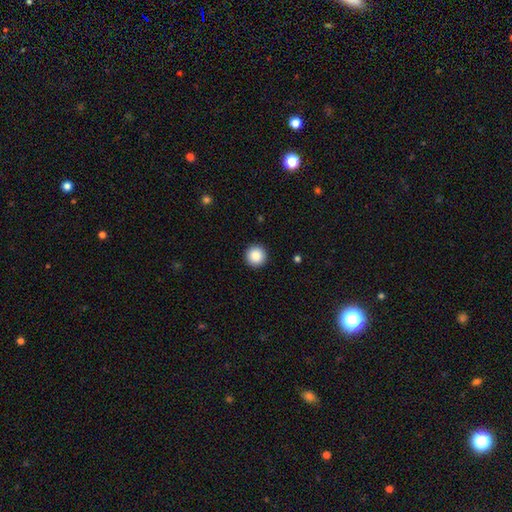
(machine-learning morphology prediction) Smooth or featured? Predicted: smooth (p=0.88). How rounded? Predicted: round (p=0.97). Merging? Predicted: none (p=0.93).